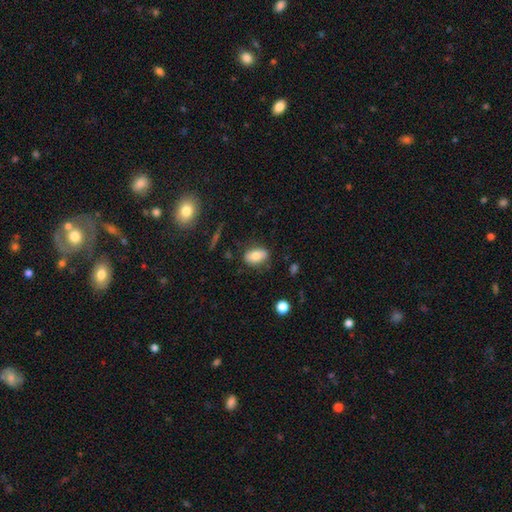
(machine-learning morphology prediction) Smooth or featured? Predicted: smooth (p=0.74). How rounded? Predicted: in between (p=0.87). Merging? Predicted: none (p=0.77).